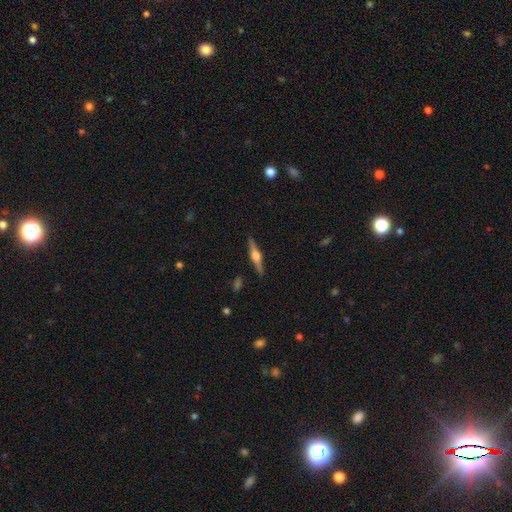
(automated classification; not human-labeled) A featured or disk galaxy (77%) viewed edge-on (98%) with a rounded central bulge (92%). Merging: none (91%).